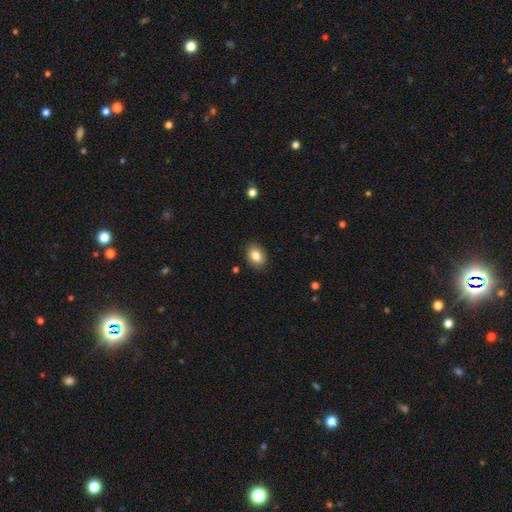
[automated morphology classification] Smooth or featured?
  - smooth: 82% *
  - featured or disk: 10%
  - star or artifact: 8%
How rounded?
  - in between: 73% *
  - round: 26%
  - cigar-shaped: 1%
Merging?
  - none: 87% *
  - minor disturbance: 10%
  - major disturbance: 2%
  - merger: 1%